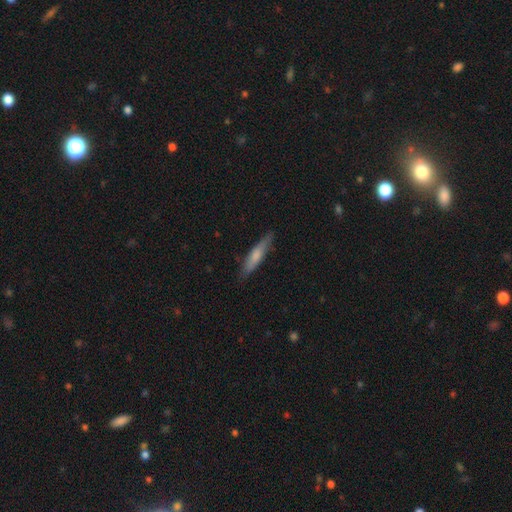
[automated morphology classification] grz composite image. It shows a smooth galaxy with no disk features (66%) that is cigar-shaped (85%). Merging: none (83%).